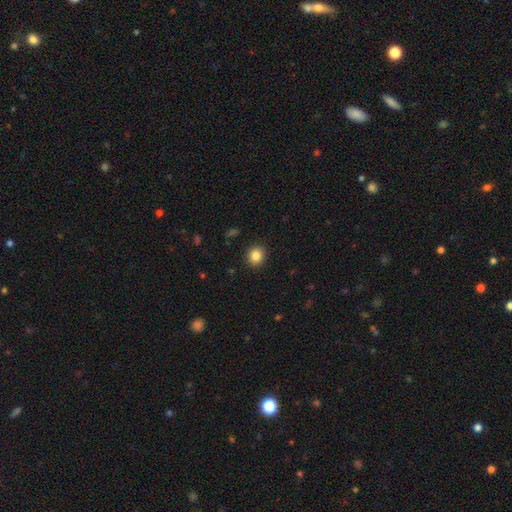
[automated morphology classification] smooth_or_featured: smooth (p=0.85) [alt: star or artifact p=0.10]
how_rounded: round (p=0.80) [alt: in between p=0.19]
merging: none (p=0.90) [alt: minor disturbance p=0.07]